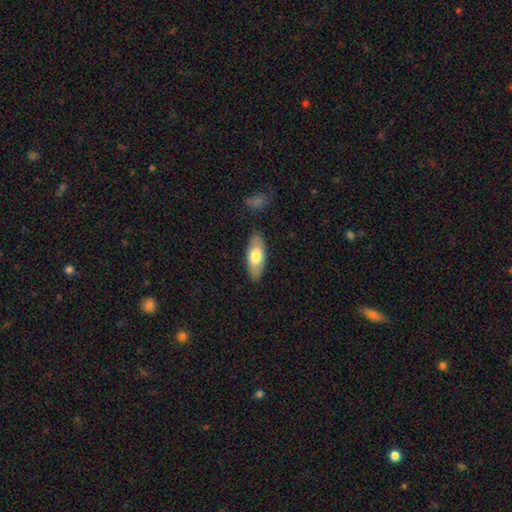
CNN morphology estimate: smooth 69%, featured or disk 26%, star or artifact 5%. Down the decision tree: how rounded — in between (80%); merging — none (86%).